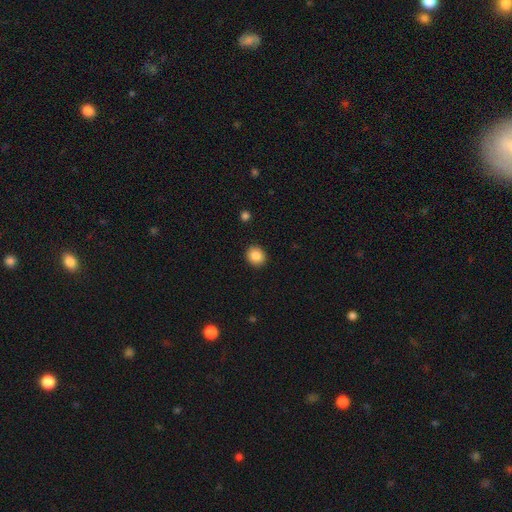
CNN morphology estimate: The model was most divided on "how rounded": round: 78%, in between: 21%, cigar-shaped: 1%. More confident: merging — none (91%); smooth or featured — smooth (86%).